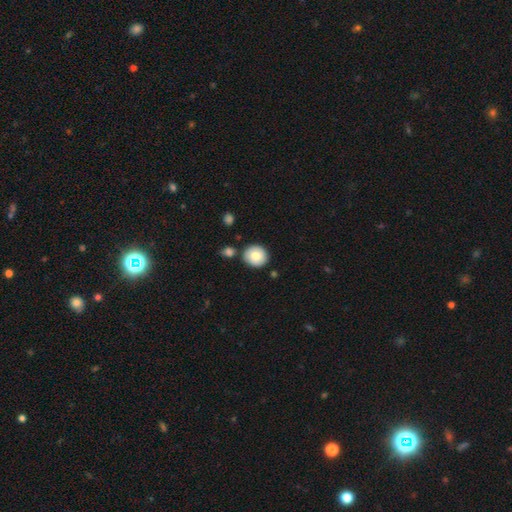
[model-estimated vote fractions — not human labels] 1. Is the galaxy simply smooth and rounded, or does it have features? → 75% smooth, 17% featured or disk, 8% star or artifact.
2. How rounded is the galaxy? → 85% round, 14% in between, 1% cigar-shaped.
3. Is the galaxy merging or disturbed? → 84% none, 9% minor disturbance, 5% merger, 2% major disturbance.